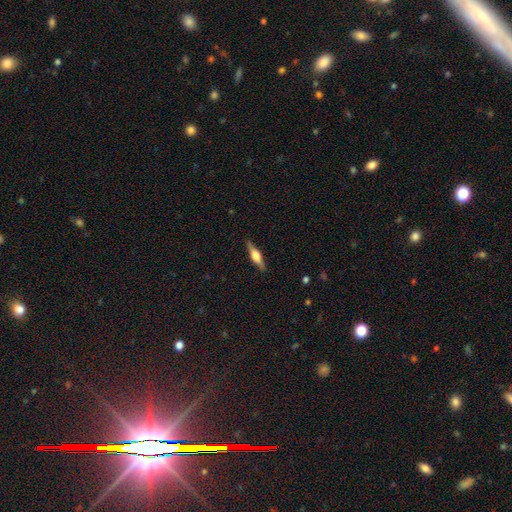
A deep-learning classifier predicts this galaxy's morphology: This is possibly a featured or disk galaxy (59%). It is clearly viewed edge-on (96%). Edge-on bulge: clearly rounded (88%). Merging: clearly none (88%).